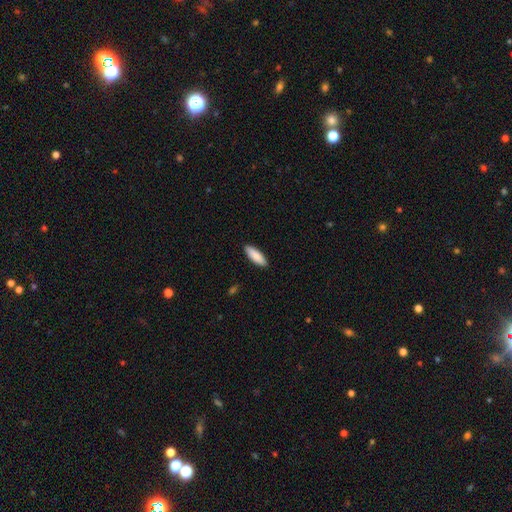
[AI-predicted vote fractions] Morphology: type=smooth (88%); roundness=in between (59%); merging=none (90%).